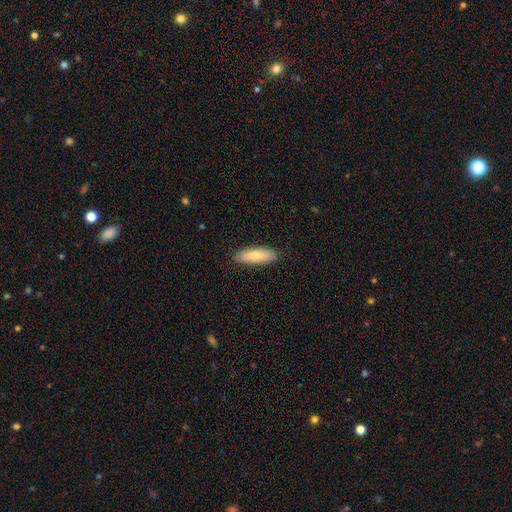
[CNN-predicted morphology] Smooth or featured: smooth — 78% (featured or disk — 16%)
How rounded: in between — 55% (cigar-shaped — 43%)
Merging: none — 88% (minor disturbance — 9%)